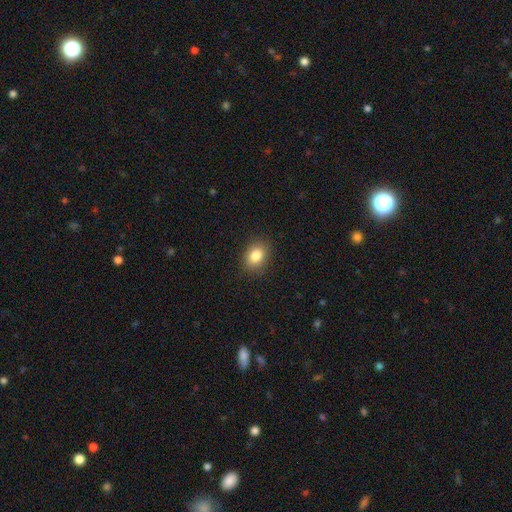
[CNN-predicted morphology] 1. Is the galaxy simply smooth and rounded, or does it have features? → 84% smooth, 10% star or artifact, 7% featured or disk.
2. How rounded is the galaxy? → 64% in between, 35% round, 1% cigar-shaped.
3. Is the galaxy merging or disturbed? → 88% none, 9% minor disturbance, 2% major disturbance, 1% merger.